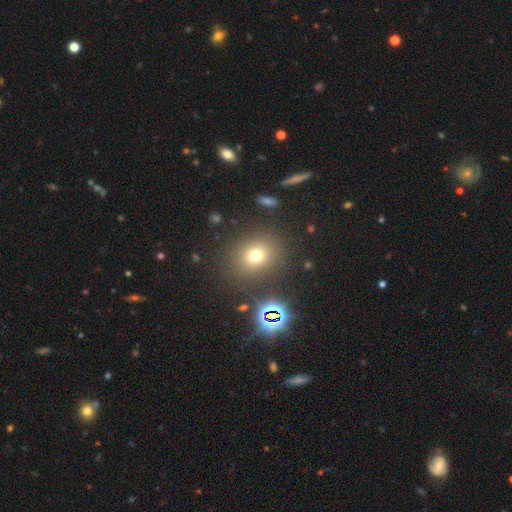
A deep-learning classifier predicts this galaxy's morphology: The model was most divided on "how rounded": round: 70%, in between: 29%, cigar-shaped: 1%. More confident: merging — none (83%); smooth or featured — smooth (70%).